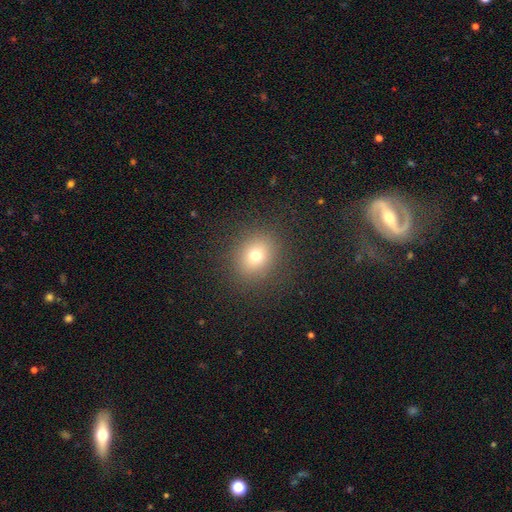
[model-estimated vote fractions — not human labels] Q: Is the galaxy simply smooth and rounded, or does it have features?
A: smooth — 72%.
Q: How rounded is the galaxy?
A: round — 76%.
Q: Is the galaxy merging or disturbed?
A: none — 87%.